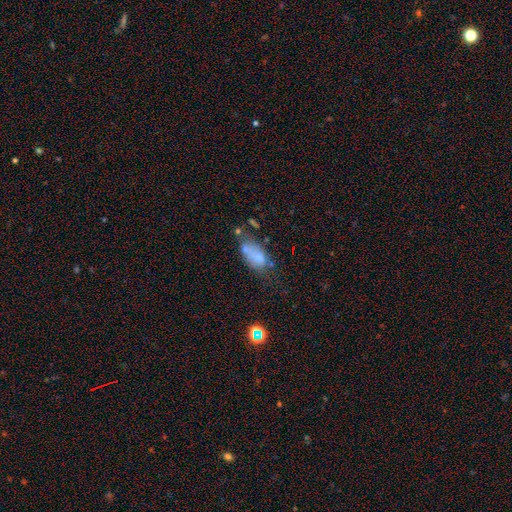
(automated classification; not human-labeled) Smooth or featured: smooth — 62% (featured or disk — 26%)
How rounded: in between — 87% (round — 8%)
Merging: none — 34% (merger — 26%)